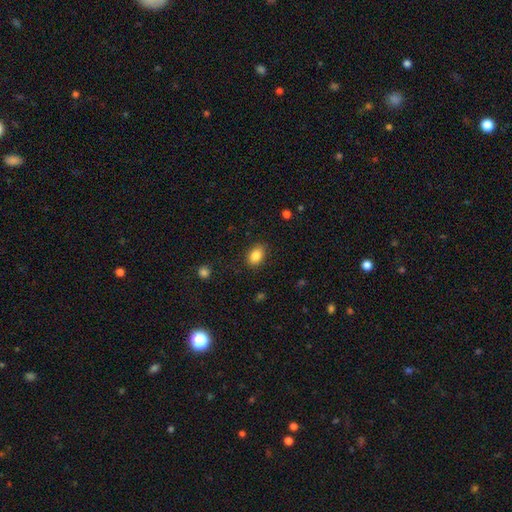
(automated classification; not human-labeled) This is clearly a smooth galaxy (85%). How rounded: likely in between (77%). Merging: clearly none (85%).